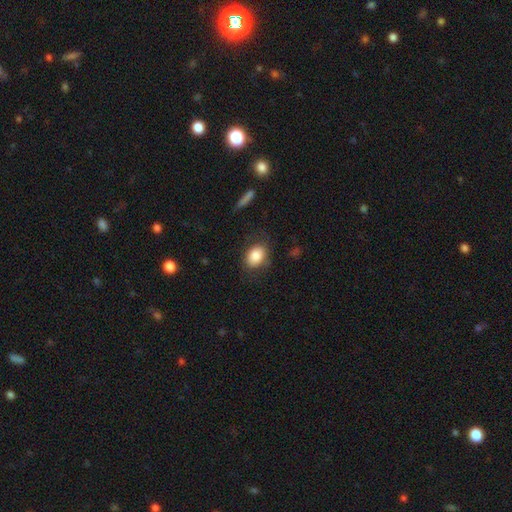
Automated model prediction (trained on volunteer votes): This appears to be a smooth galaxy with no disk features (84%) that is in between round and cigar-shaped (71%). Merging: none (74%).